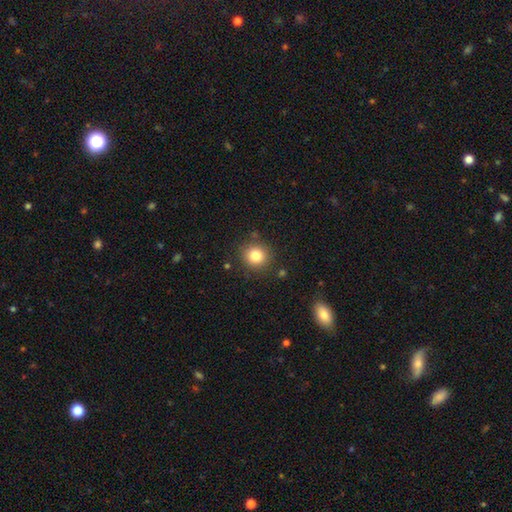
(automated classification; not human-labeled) This is clearly a smooth galaxy (82%). How rounded: clearly round (91%). Merging: clearly none (87%).